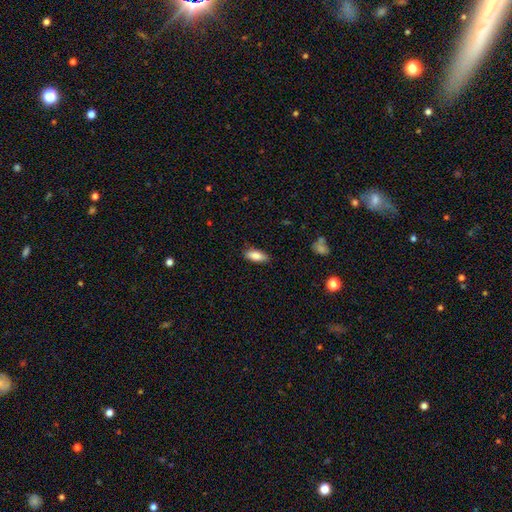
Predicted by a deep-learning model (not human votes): Overall: smooth (84%). How rounded: in between (78%). Merging: none (83%).